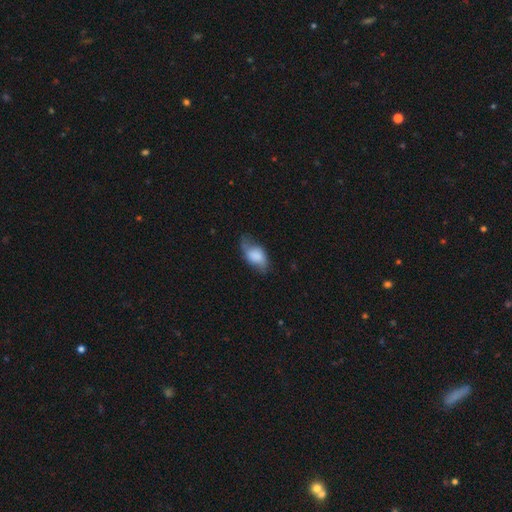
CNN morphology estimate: A smooth galaxy with no disk features (67%) that is in between round and cigar-shaped (88%). Merging: none (50%).